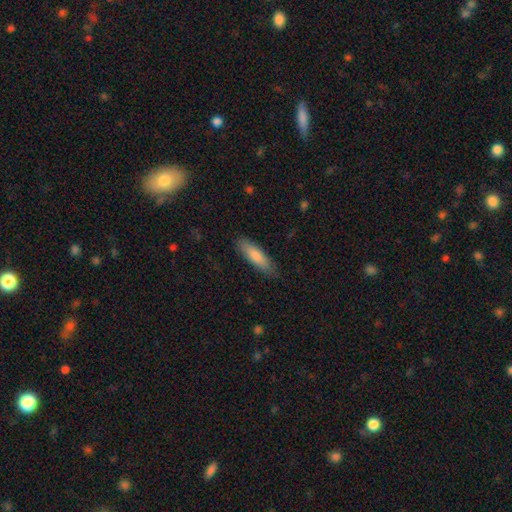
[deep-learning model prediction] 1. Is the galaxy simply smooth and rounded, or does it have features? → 83% smooth, 12% featured or disk, 5% star or artifact.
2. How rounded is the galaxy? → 57% cigar-shaped, 42% in between, 1% round.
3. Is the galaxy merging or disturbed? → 83% none, 13% minor disturbance, 3% major disturbance, 1% merger.